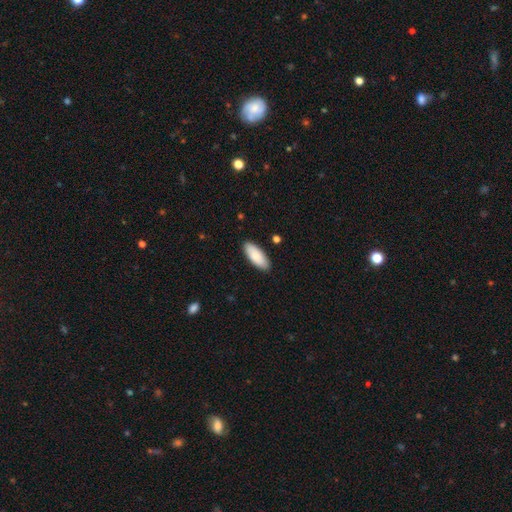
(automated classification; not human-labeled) Smooth or featured: smooth — 86% (featured or disk — 8%)
How rounded: in between — 80% (cigar-shaped — 18%)
Merging: none — 89% (minor disturbance — 9%)